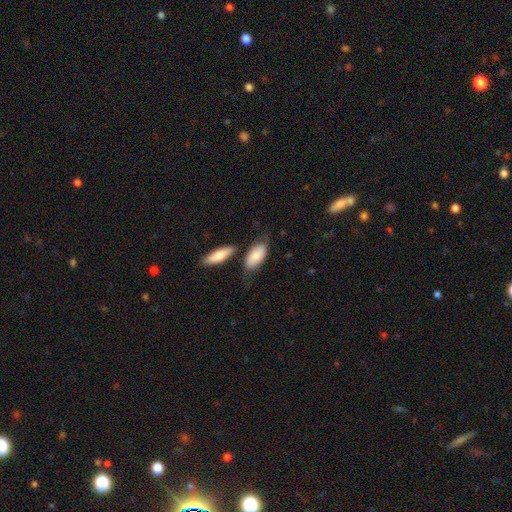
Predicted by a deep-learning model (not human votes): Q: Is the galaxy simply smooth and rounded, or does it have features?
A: smooth — 78%.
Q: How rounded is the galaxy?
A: in between — 89%.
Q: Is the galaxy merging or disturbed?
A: none — 56%.